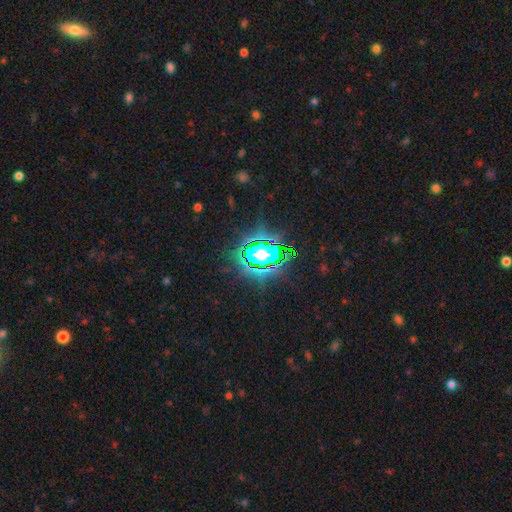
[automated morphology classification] A star or artifact, not a galaxy (81%).

Vote fractions:
- Smooth or featured? star or artifact: 81% / smooth: 11% / featured or disk: 8%